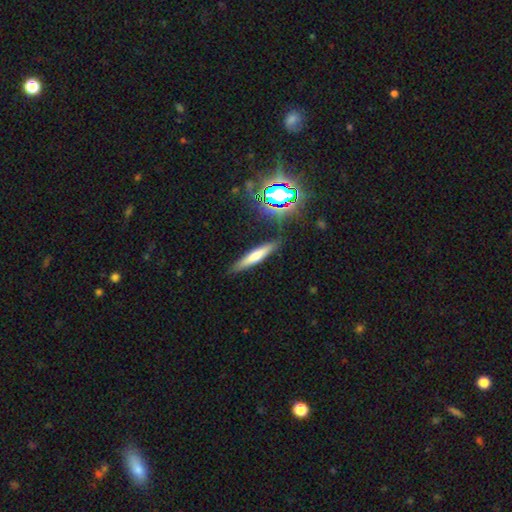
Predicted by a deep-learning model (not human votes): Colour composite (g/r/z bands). It shows a smooth galaxy with no disk features (58%) that is cigar-shaped (88%). Merging: none (86%).